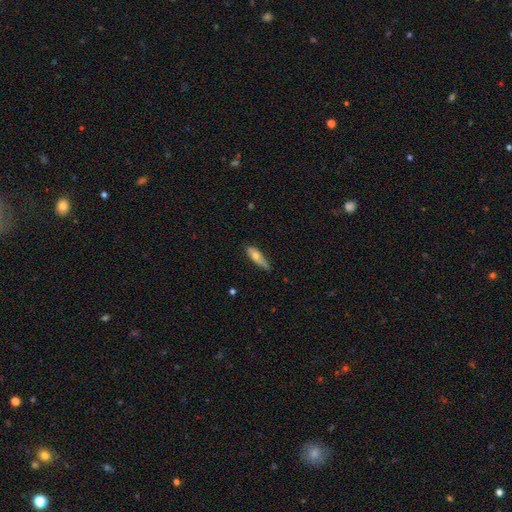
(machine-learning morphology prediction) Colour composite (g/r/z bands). It shows a smooth galaxy with no disk features (61%) that is cigar-shaped (50%). Merging: none (58%).